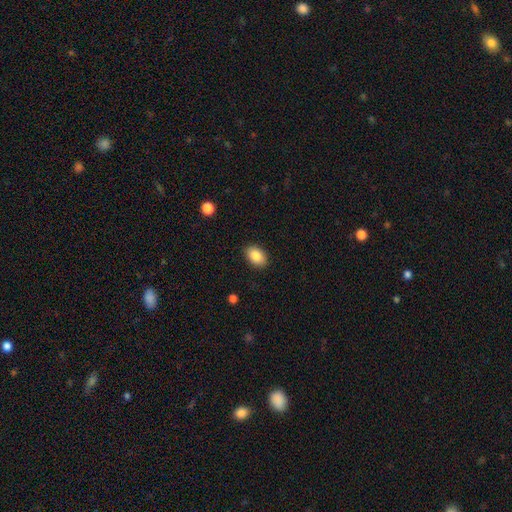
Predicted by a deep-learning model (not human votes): smooth 87%, star or artifact 8%, featured or disk 6%. Down the decision tree: how rounded — in between (85%); merging — none (88%).